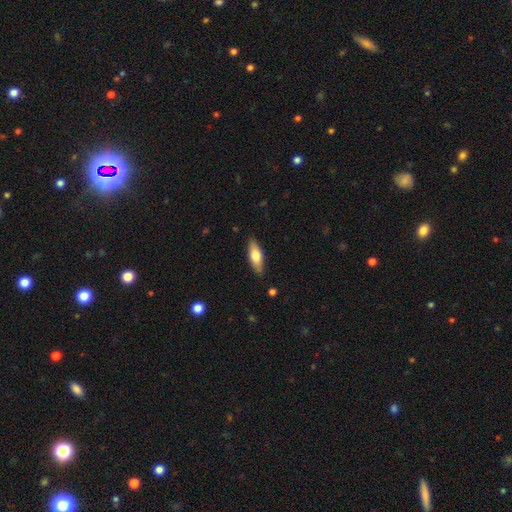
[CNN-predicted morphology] Overall: smooth (66%; featured or disk 29%). How rounded: in between (60%; cigar-shaped 37%). Merging: none (87%).